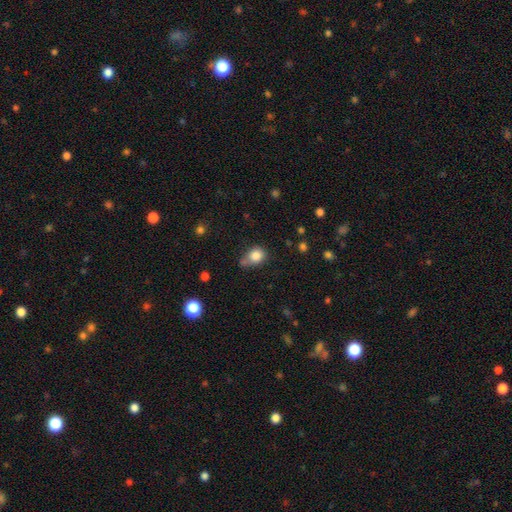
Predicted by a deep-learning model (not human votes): Morphology: type=smooth (82%); roundness=round (68%); merging=none (53%).